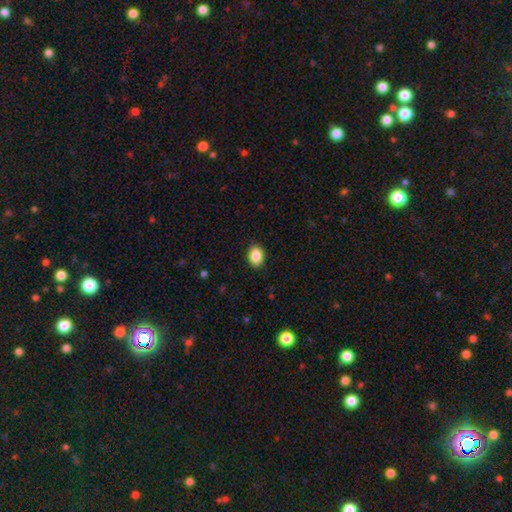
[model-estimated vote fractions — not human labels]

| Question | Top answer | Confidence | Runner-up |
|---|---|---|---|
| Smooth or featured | smooth | 88% | star or artifact (8%) |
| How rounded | in between | 77% | round (22%) |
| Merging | none | 88% | minor disturbance (9%) |